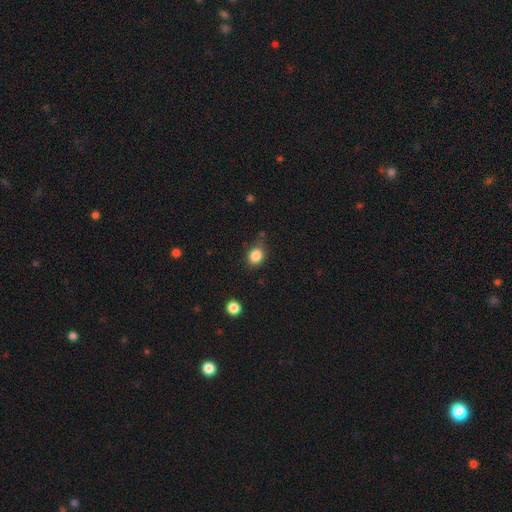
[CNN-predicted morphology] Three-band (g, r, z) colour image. It shows a smooth galaxy with no disk features (85%) that is round (58%). Merging: none (70%).